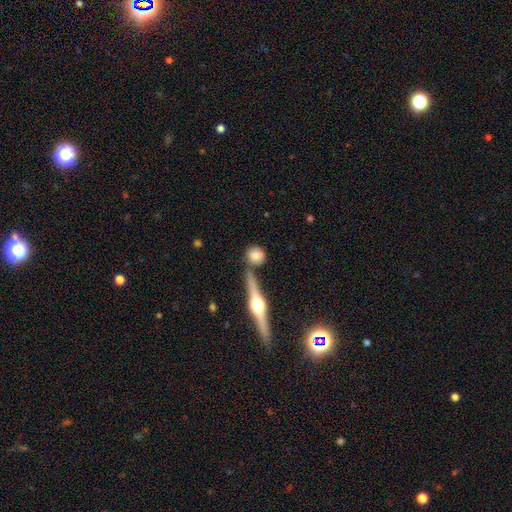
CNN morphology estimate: Smooth or featured? Predicted: smooth (p=0.70). How rounded? Predicted: round (p=0.83). Merging? Predicted: none (p=0.72).